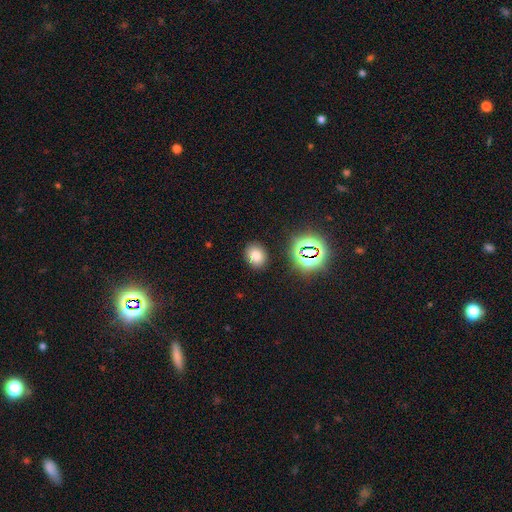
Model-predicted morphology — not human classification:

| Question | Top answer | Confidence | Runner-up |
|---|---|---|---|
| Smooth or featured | smooth | 74% | star or artifact (19%) |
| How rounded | round | 54% | in between (45%) |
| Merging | none | 86% | minor disturbance (9%) |